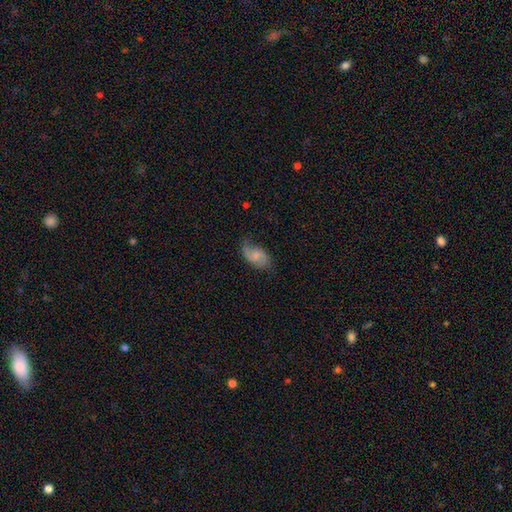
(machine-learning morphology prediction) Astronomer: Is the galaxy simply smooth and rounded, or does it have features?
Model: featured or disk — 56% (runner-up: smooth, 37%).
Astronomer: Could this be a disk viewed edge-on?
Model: no — 97%.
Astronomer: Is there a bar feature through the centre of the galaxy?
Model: no — 58% (runner-up: weak, 36%).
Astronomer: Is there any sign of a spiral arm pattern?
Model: yes — 90%.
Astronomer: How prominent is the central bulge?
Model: small — 51% (runner-up: moderate, 32%).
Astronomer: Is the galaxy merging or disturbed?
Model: none — 61%.